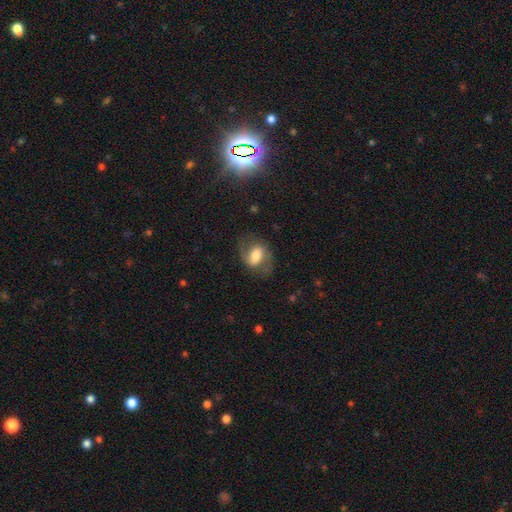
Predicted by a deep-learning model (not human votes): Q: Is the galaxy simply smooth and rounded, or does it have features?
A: featured or disk — 48%.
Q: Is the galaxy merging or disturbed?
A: none — 67%.